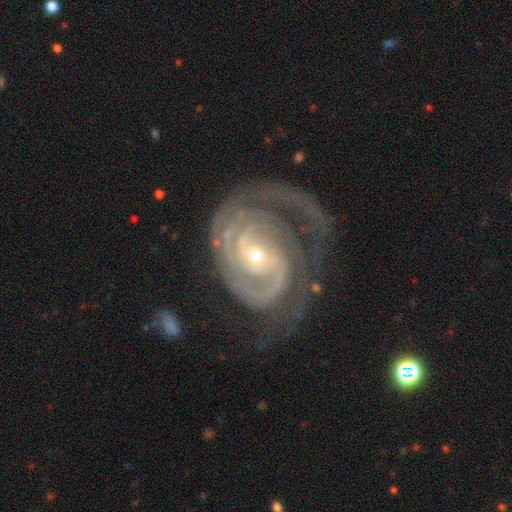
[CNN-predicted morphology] Smooth or featured: featured or disk — 90% (star or artifact — 5%)
Edge-on disk: no — 97% (yes — 3%)
Bar: no — 53% (weak — 32%)
Spiral arms: yes — 97% (no — 3%)
Spiral winding: tight — 64% (medium — 28%)
Spiral arm count: 2 — 44% (can't tell — 20%)
Bulge size: small — 71% (moderate — 26%)
Merging: none — 48% (major disturbance — 29%)